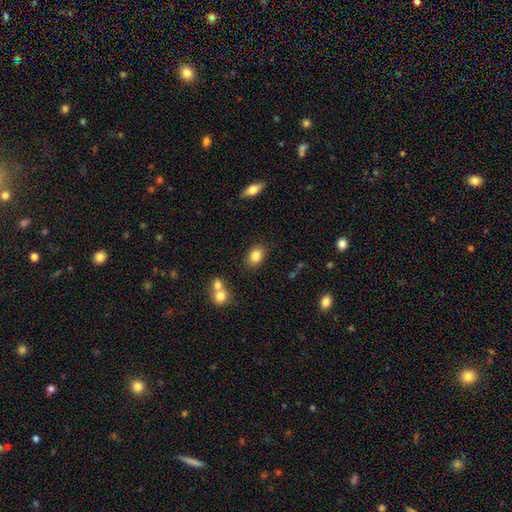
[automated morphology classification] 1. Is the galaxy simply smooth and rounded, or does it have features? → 83% smooth, 9% star or artifact, 8% featured or disk.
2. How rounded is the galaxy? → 72% in between, 26% round, 1% cigar-shaped.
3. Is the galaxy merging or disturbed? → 84% none, 10% minor disturbance, 4% merger, 3% major disturbance.